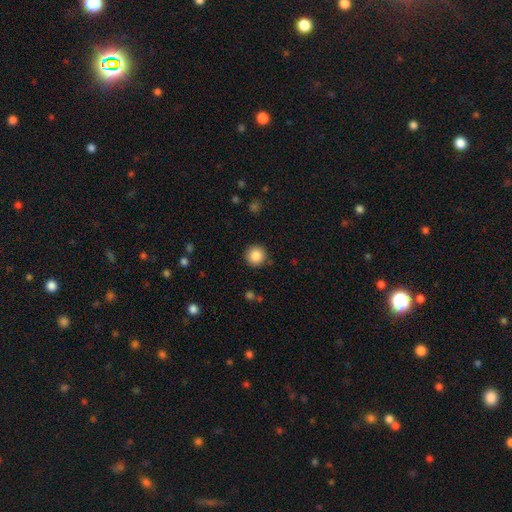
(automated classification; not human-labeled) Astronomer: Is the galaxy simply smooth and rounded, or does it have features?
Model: smooth — 86%.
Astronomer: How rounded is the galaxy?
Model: round — 95%.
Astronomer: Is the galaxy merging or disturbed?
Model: none — 89%.